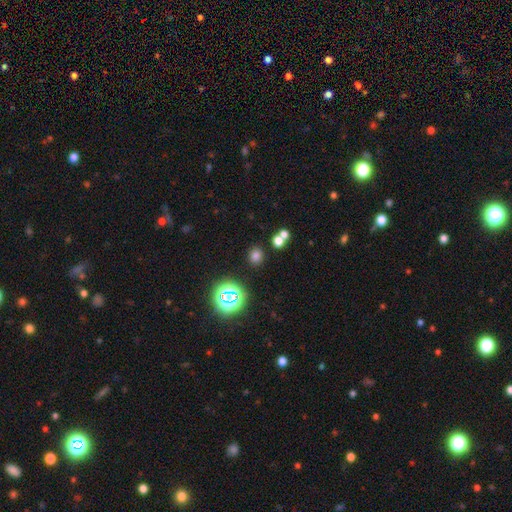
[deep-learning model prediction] Overall: smooth (70%). How rounded: round (74%). Merging: none (78%).